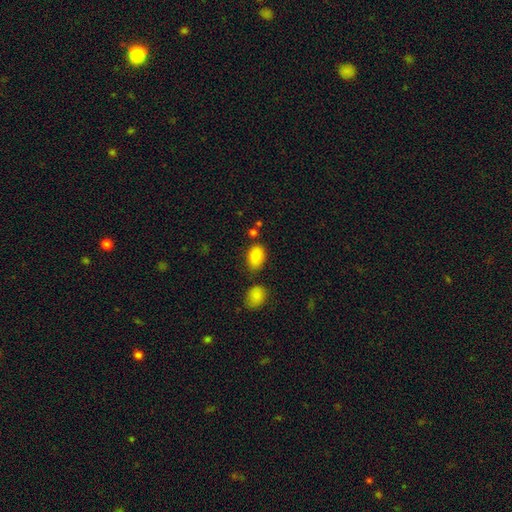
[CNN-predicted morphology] smooth_or_featured: smooth (p=0.84) [alt: star or artifact p=0.09]
how_rounded: in between (p=0.86) [alt: round p=0.13]
merging: none (p=0.73) [alt: minor disturbance p=0.14]